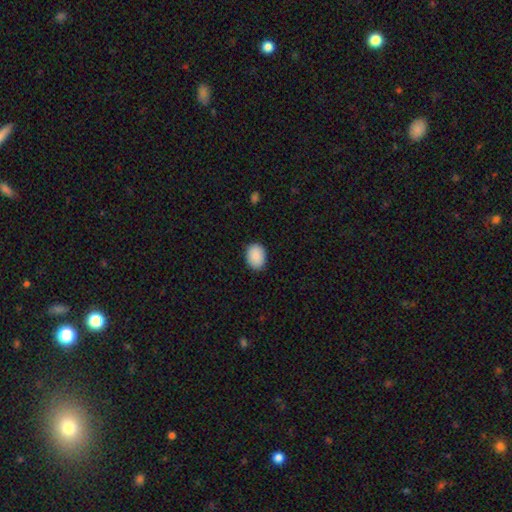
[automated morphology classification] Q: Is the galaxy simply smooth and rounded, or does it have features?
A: smooth — 90%.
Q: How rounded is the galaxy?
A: in between — 72%.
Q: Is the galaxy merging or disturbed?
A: none — 88%.